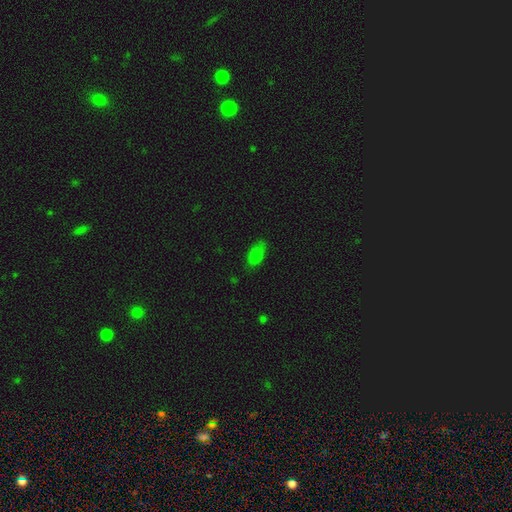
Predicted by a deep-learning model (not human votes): The model was most divided on "merging": none: 69%, minor disturbance: 24%, major disturbance: 6%, merger: 2%. More confident: how rounded — in between (90%); smooth or featured — smooth (79%).